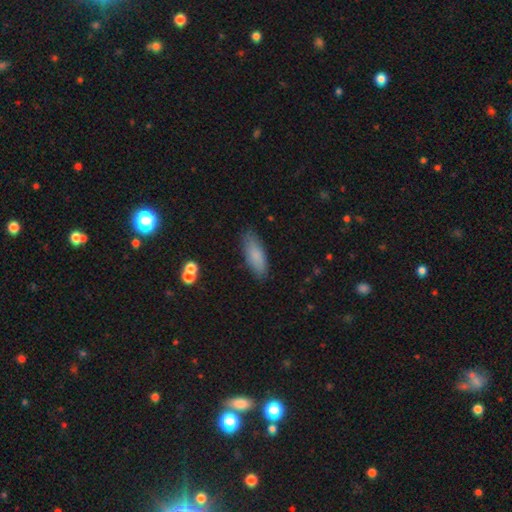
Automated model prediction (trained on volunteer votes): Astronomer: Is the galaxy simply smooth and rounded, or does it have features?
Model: smooth — 83%.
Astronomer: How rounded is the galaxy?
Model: in between — 67%.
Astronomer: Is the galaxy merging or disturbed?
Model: none — 84%.